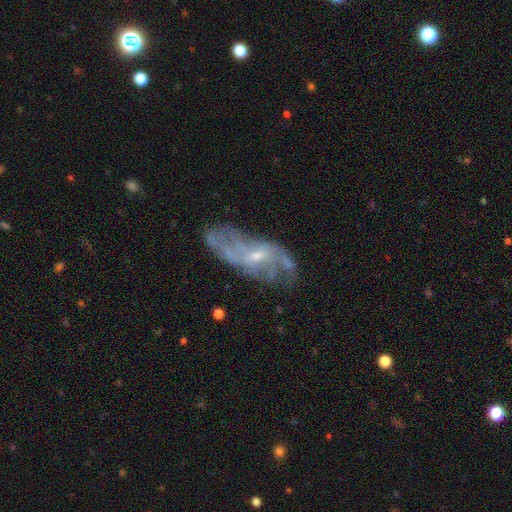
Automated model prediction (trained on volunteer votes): The model was most divided on "bar": no: 52%, weak: 39%, strong: 9%. More confident: edge-on disk — no (88%); spiral arms — yes (77%); smooth or featured — featured or disk (75%); bulge size — small (69%); merging — none (61%).